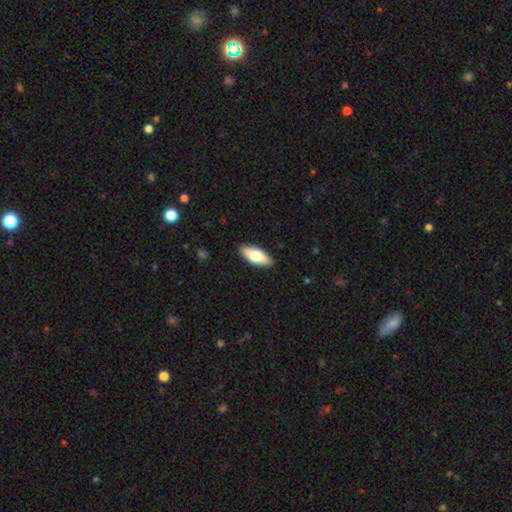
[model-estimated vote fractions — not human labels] smooth 68%, featured or disk 26%, star or artifact 6%. Down the decision tree: how rounded — in between (80%); merging — none (89%).